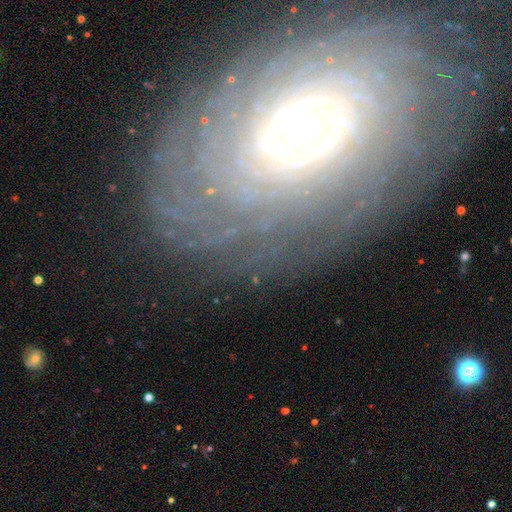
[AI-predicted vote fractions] A featured or disk galaxy (80%) with no bar (55%), tight (85%) spiral arms (91%) and a small central bulge (54%).

Vote fractions:
- Smooth or featured? featured or disk: 80% / smooth: 12% / star or artifact: 9%
- Edge-on disk? no: 95% / yes: 5%
- Bar? no: 55% / weak: 32% / strong: 13%
- Spiral arms? yes: 91% / no: 9%
- Spiral winding? tight: 85% / medium: 11% / loose: 4%
- Spiral arm count? can't tell: 43% / more than 4: 25% / 4: 10% / 2: 8% / 3: 7% / 1: 6%
- Bulge size? small: 54% / moderate: 36% / large: 6% / dominant: 2% / none: 2%
- Merging? none: 81% / minor disturbance: 12% / major disturbance: 5% / merger: 2%